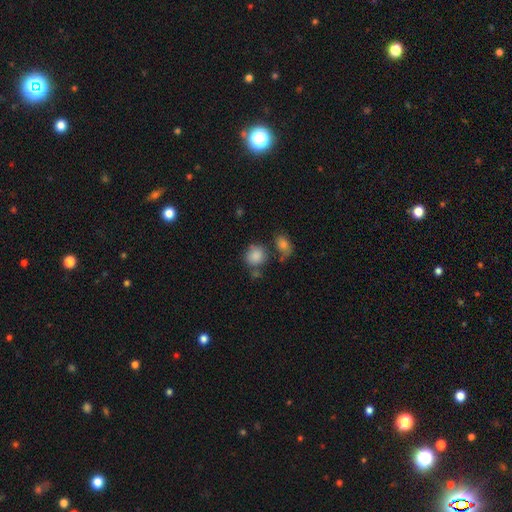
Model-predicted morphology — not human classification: type=smooth (86%); roundness=round (78%); merging=none (58%).